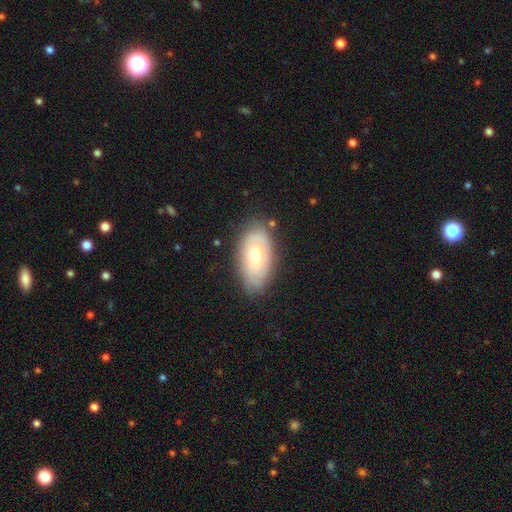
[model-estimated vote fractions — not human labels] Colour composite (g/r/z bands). It shows a featured or disk galaxy (50%). Merging: none (75%).